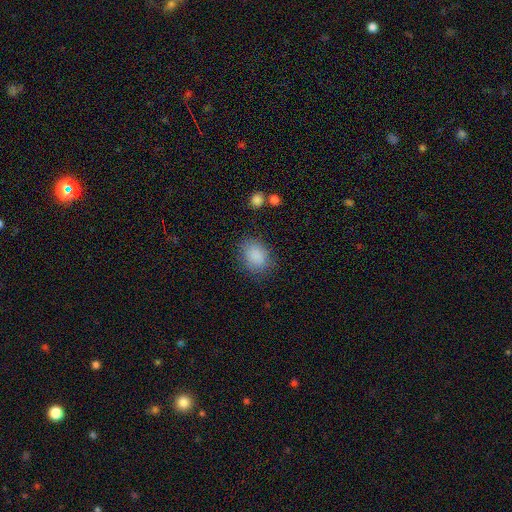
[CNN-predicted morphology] The model was most divided on "how rounded": in between: 59%, round: 40%, cigar-shaped: 1%. More confident: smooth or featured — smooth (87%); merging — none (81%).